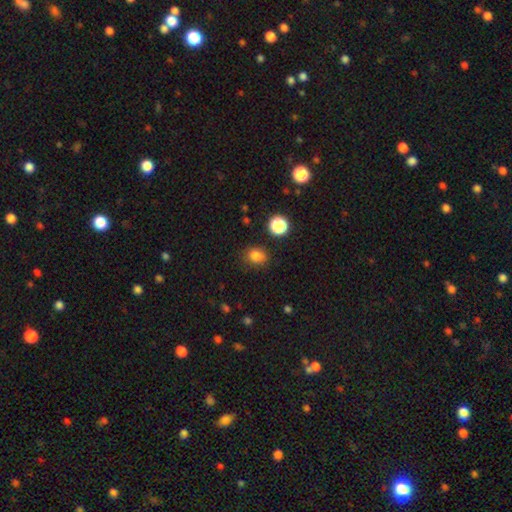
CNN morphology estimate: smooth 81%, star or artifact 14%, featured or disk 5%. Down the decision tree: how rounded — round (59%); merging — none (78%).